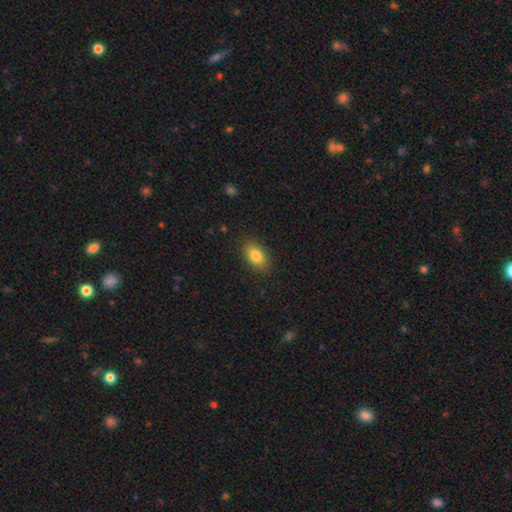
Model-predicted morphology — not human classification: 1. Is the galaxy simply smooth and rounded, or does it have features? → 83% smooth, 8% featured or disk, 8% star or artifact.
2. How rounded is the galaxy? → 89% in between, 8% round, 3% cigar-shaped.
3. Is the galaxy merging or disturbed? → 88% none, 9% minor disturbance, 2% major disturbance, 1% merger.